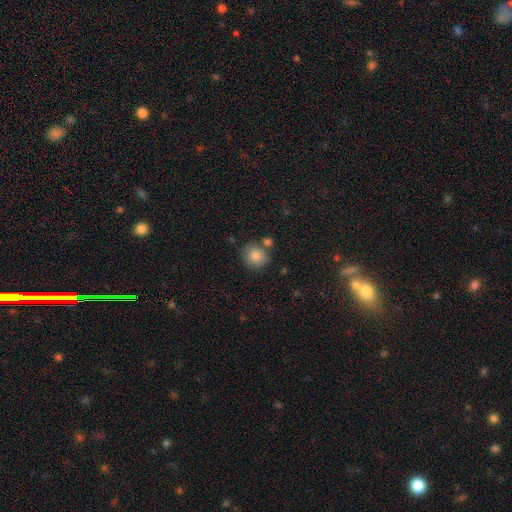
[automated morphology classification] A smooth galaxy with no disk features (86%) that is round (88%).

Vote fractions:
- Smooth or featured? smooth: 86% / star or artifact: 8% / featured or disk: 6%
- How rounded? round: 88% / in between: 11% / cigar-shaped: 1%
- Merging? none: 72% / merger: 13% / minor disturbance: 12% / major disturbance: 3%